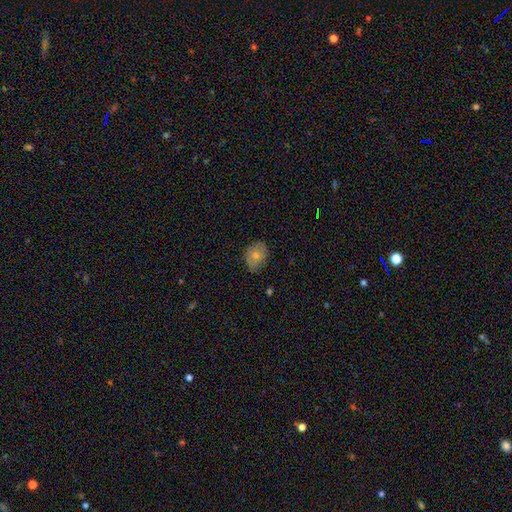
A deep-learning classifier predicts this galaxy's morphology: A smooth galaxy with no disk features (68%) that is in between round and cigar-shaped (55%).

Vote fractions:
- Smooth or featured? smooth: 68% / featured or disk: 23% / star or artifact: 9%
- How rounded? in between: 55% / round: 44% / cigar-shaped: 1%
- Merging? none: 74% / minor disturbance: 21% / major disturbance: 4% / merger: 1%